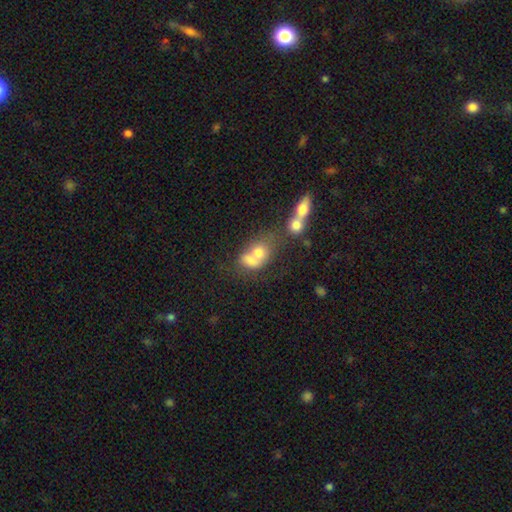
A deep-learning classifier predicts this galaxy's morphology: smooth_or_featured: smooth (p=0.64) [alt: featured or disk p=0.24]
how_rounded: in between (p=0.57) [alt: round p=0.40]
merging: merger (p=0.65) [alt: none p=0.18]